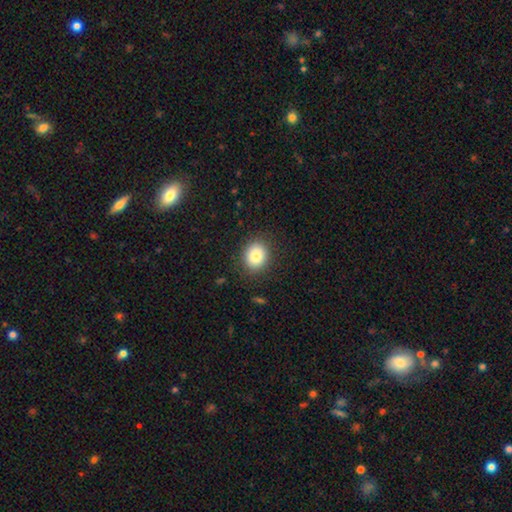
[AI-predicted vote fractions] A smooth galaxy with no disk features (83%) that is round (66%). Merging: none (86%).